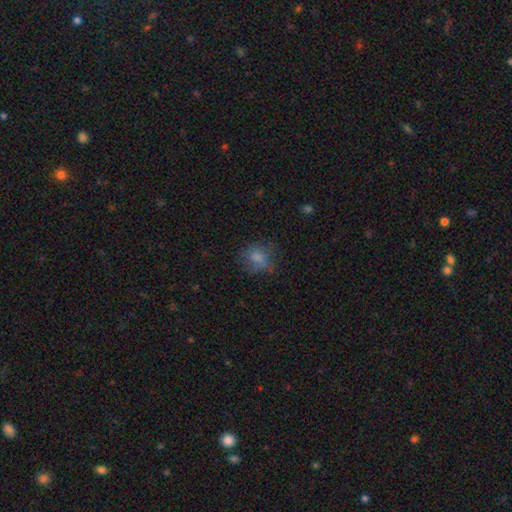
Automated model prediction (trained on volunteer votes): Morphology: type=smooth (67%); roundness=round (67%); merging=none (65%).